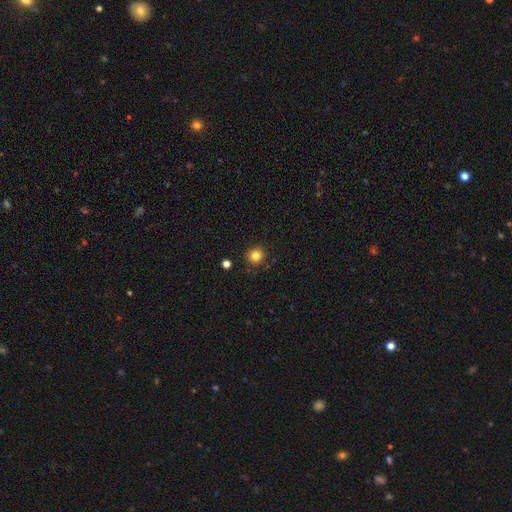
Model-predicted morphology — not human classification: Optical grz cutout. It shows a smooth galaxy with no disk features (83%) that is round (92%). Merging: none (88%).